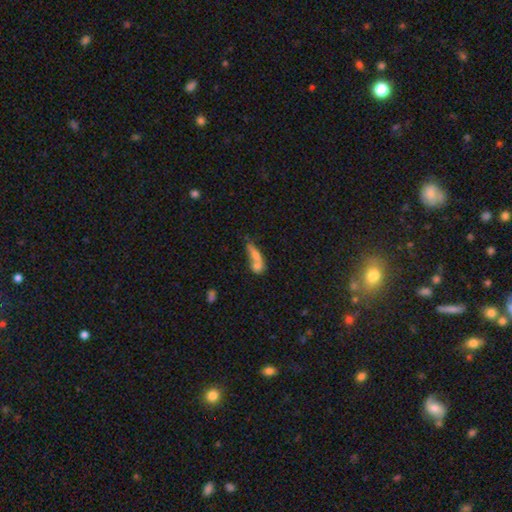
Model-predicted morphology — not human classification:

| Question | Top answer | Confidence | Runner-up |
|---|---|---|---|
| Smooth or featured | smooth | 65% | featured or disk (24%) |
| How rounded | in between | 45% | tied: cigar-shaped (45%) |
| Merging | merger | 54% | none (26%) |